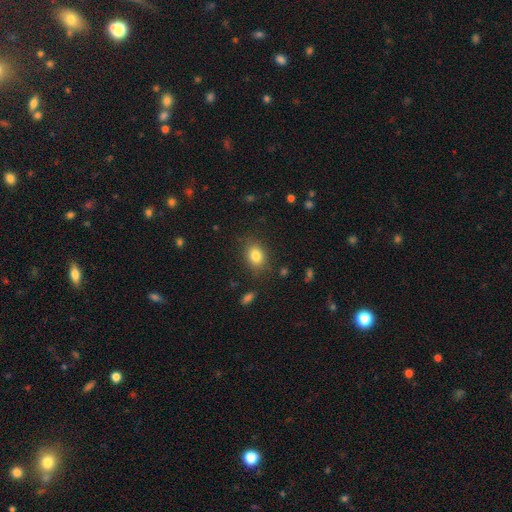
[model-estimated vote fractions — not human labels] smooth_or_featured: smooth (p=0.83) [alt: star or artifact p=0.10]
how_rounded: in between (p=0.65) [alt: round p=0.34]
merging: none (p=0.82) [alt: minor disturbance p=0.12]